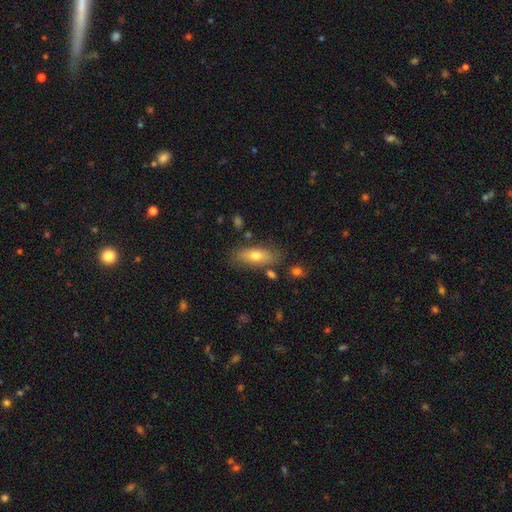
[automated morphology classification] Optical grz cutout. It shows a smooth galaxy with no disk features (69%) that is in between round and cigar-shaped (76%). Merging: none (77%).